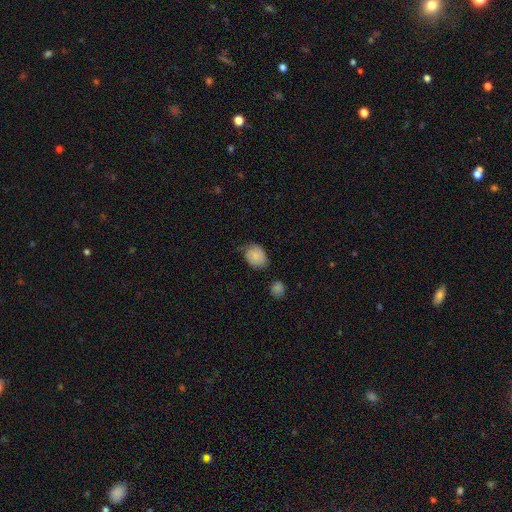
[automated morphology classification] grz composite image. It shows a smooth galaxy with no disk features (81%) that is in between round and cigar-shaped (58%). Merging: none (57%).